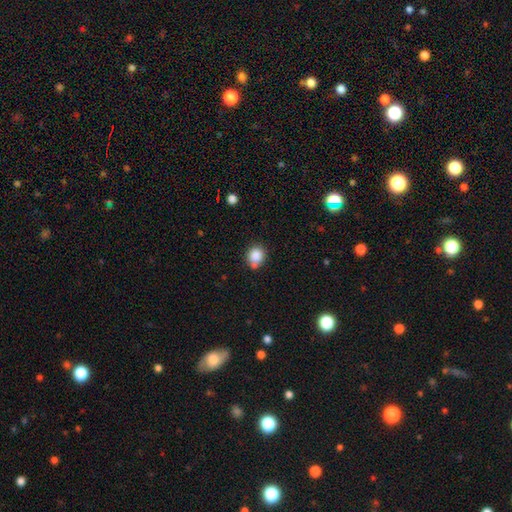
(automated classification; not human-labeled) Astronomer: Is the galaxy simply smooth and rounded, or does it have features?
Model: smooth — 85%.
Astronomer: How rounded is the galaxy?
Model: round — 75%.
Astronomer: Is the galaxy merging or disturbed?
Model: none — 63%.